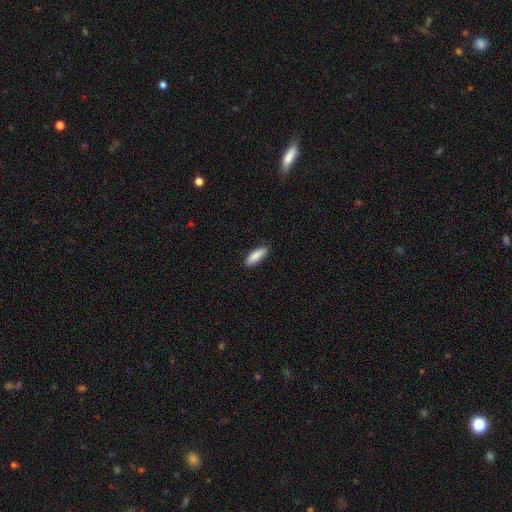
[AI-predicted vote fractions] Overall: smooth (88%). How rounded: in between (63%; cigar-shaped 36%). Merging: none (88%).